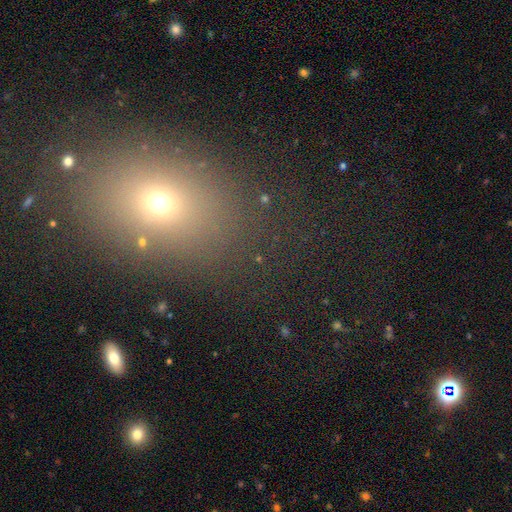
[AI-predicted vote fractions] Overall: smooth (60%; star or artifact 28%). How rounded: in between (60%; round 38%). Merging: none (81%).